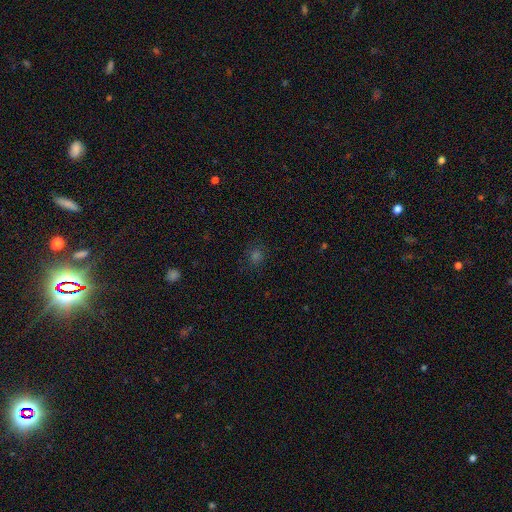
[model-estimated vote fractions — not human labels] Smooth or featured? Predicted: smooth (p=0.62). How rounded? Predicted: round (p=0.80). Merging? Predicted: none (p=0.86).